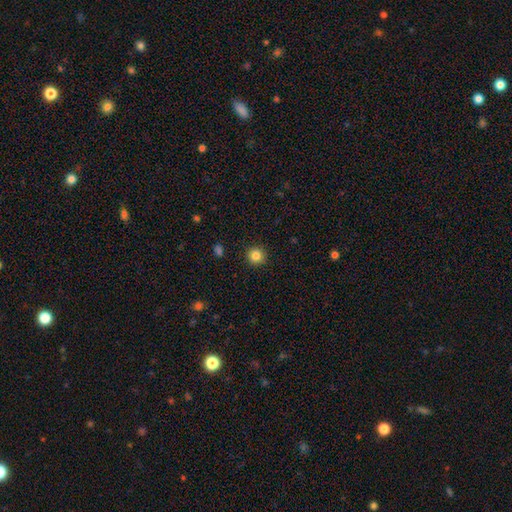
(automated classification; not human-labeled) Smooth or featured? Predicted: smooth (p=0.84). How rounded? Predicted: round (p=0.95). Merging? Predicted: none (p=0.92).